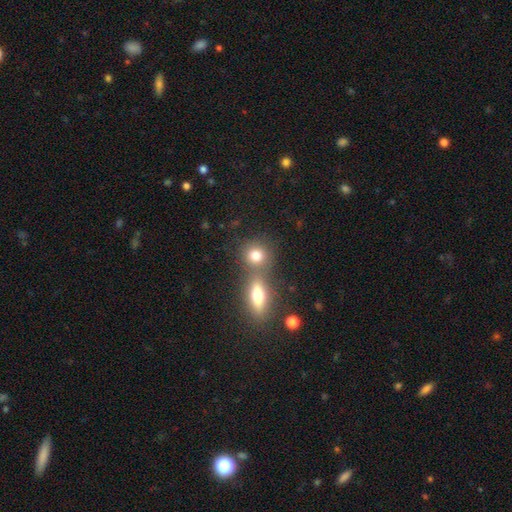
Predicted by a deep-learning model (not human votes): Smooth or featured?
  - smooth: 78% *
  - star or artifact: 11%
  - featured or disk: 11%
How rounded?
  - round: 77% *
  - in between: 20%
  - cigar-shaped: 3%
Merging?
  - none: 50% *
  - merger: 39%
  - minor disturbance: 7%
  - major disturbance: 3%